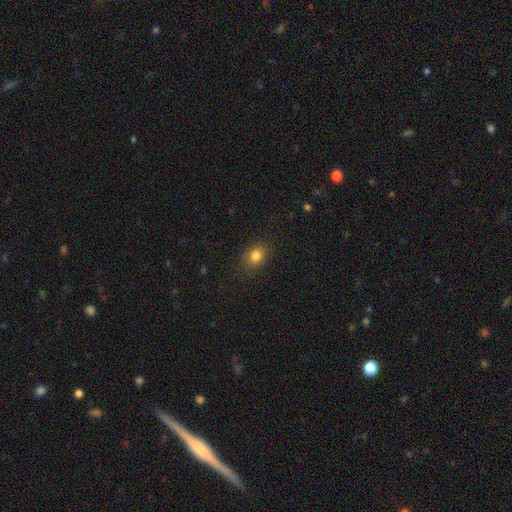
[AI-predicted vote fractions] A smooth galaxy with no disk features (81%) that is in between round and cigar-shaped (52%).

Vote fractions:
- Smooth or featured? smooth: 81% / star or artifact: 12% / featured or disk: 7%
- How rounded? in between: 52% / round: 47% / cigar-shaped: 1%
- Merging? none: 84% / minor disturbance: 12% / major disturbance: 3% / merger: 1%